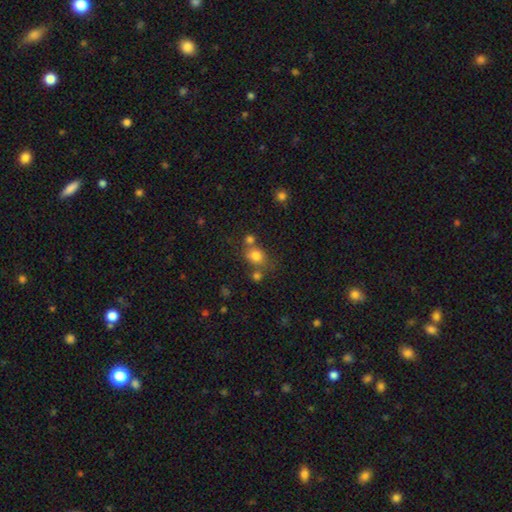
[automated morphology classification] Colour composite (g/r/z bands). It shows a smooth galaxy with no disk features (77%) that is round (63%). Merging: none (54%).